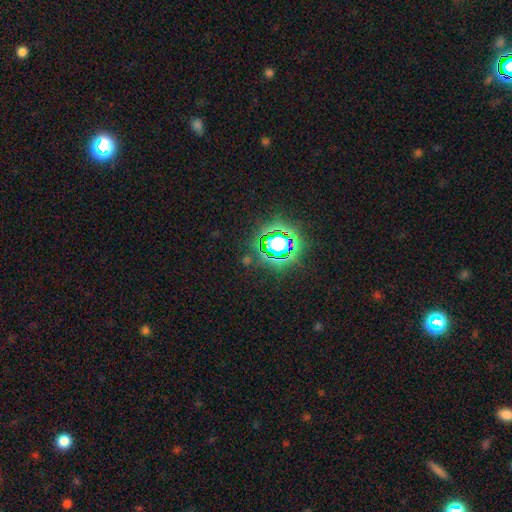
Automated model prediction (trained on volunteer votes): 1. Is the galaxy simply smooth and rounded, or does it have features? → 80% star or artifact, 14% smooth, 6% featured or disk.